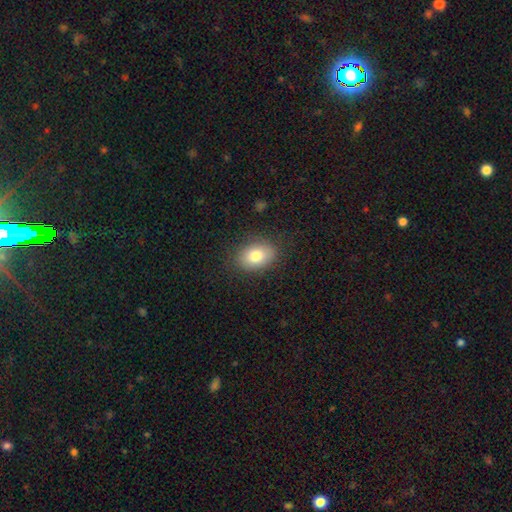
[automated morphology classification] A smooth galaxy with no disk features (79%) that is in between round and cigar-shaped (73%).

Vote fractions:
- Smooth or featured? smooth: 79% / featured or disk: 12% / star or artifact: 9%
- How rounded? in between: 73% / round: 26% / cigar-shaped: 1%
- Merging? none: 83% / minor disturbance: 12% / major disturbance: 4% / merger: 1%